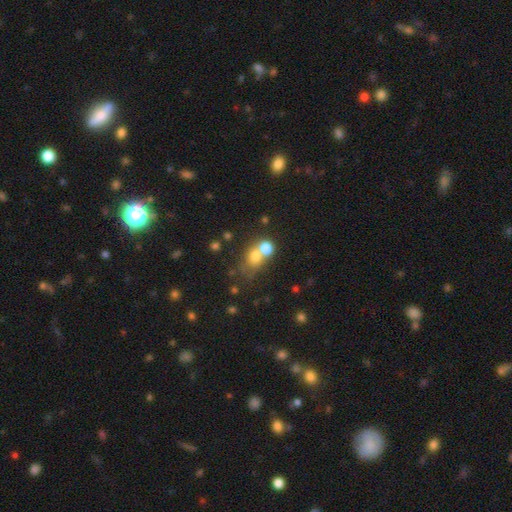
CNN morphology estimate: Smooth or featured?
  - smooth: 70% *
  - featured or disk: 15%
  - star or artifact: 14%
How rounded?
  - round: 64% *
  - in between: 34%
  - cigar-shaped: 1%
Merging?
  - merger: 52% *
  - none: 34%
  - minor disturbance: 8%
  - major disturbance: 6%